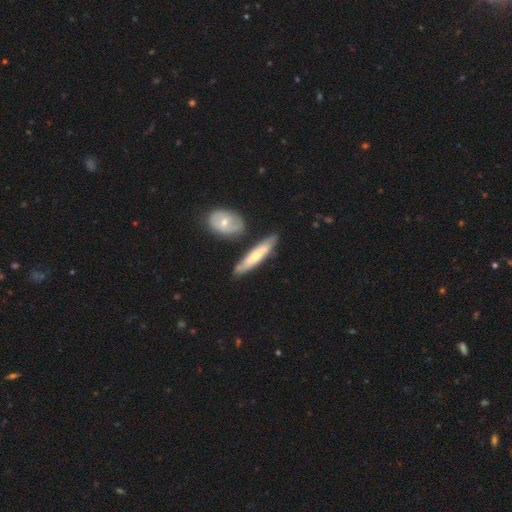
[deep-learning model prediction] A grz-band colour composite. It shows a smooth galaxy with no disk features (50%). Merging: none (73%).